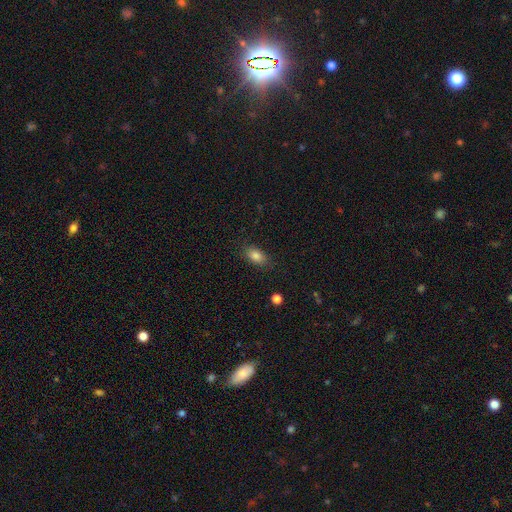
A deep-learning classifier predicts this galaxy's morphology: Smooth or featured? Predicted: smooth (p=0.83). How rounded? Predicted: in between (p=0.87). Merging? Predicted: none (p=0.82).